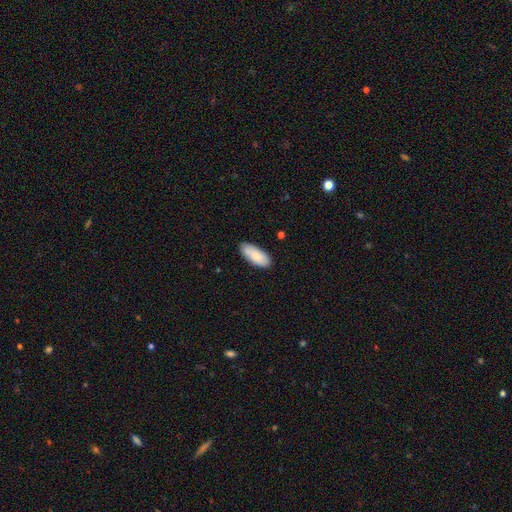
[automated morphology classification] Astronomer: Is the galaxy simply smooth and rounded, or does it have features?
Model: smooth — 84%.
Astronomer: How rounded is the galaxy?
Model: in between — 84%.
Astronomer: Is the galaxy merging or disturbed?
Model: none — 83%.